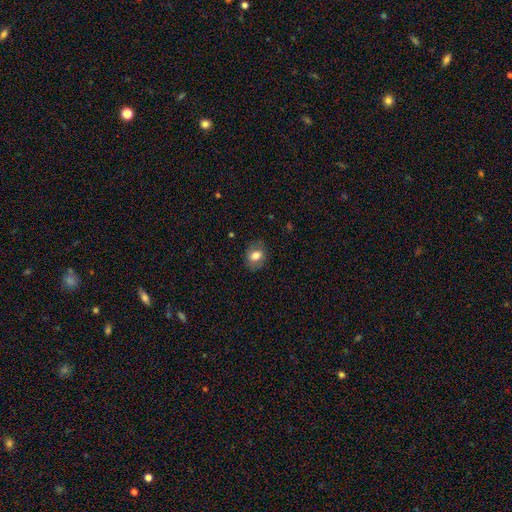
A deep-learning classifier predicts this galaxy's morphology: The model was most divided on "how rounded": in between: 52%, round: 47%, cigar-shaped: 1%. More confident: merging — none (81%); smooth or featured — smooth (76%).